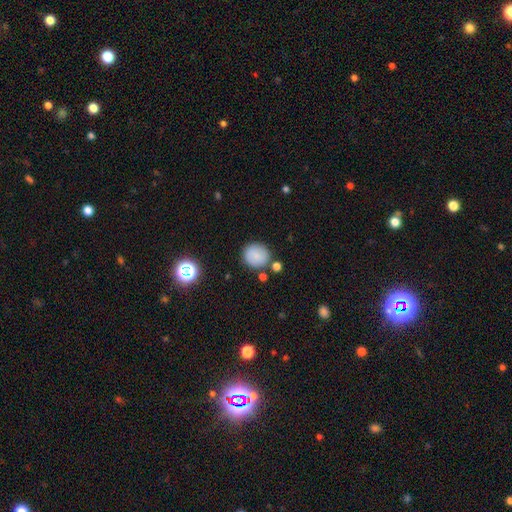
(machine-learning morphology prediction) smooth_or_featured: smooth (p=0.82) [alt: star or artifact p=0.10]
how_rounded: round (p=0.88) [alt: in between p=0.11]
merging: none (p=0.81) [alt: minor disturbance p=0.10]